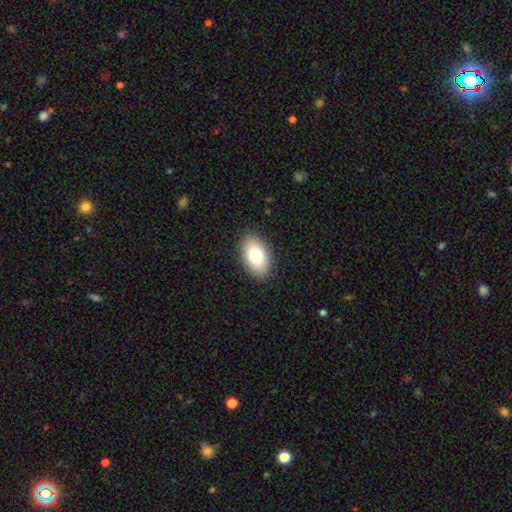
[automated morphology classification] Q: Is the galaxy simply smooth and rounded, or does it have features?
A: smooth — 78%.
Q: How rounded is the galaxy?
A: in between — 93%.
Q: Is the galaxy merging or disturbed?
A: none — 89%.